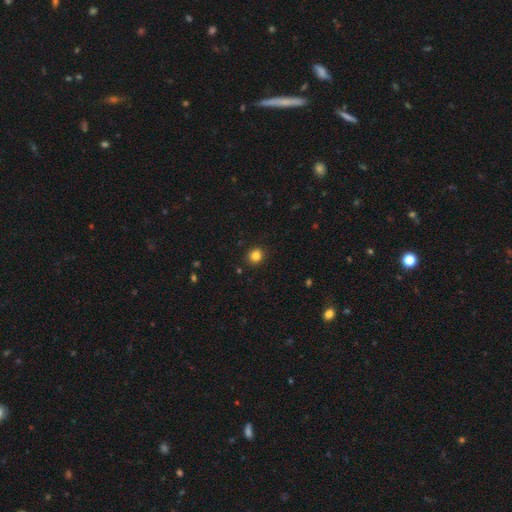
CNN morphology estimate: This is clearly a smooth galaxy (82%). How rounded: clearly round (85%). Merging: clearly none (90%).